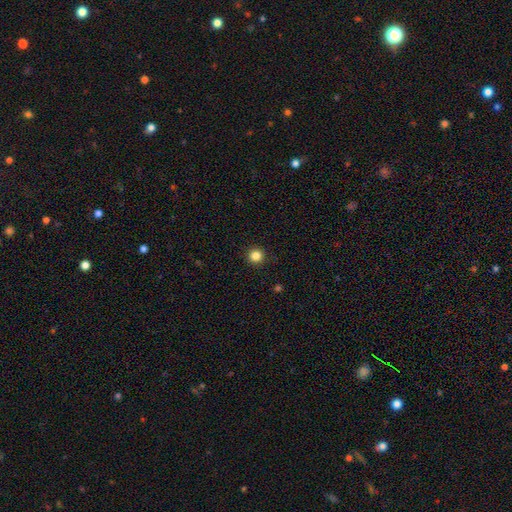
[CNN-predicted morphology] This is clearly a smooth galaxy (84%). How rounded: clearly round (96%). Merging: clearly none (93%).